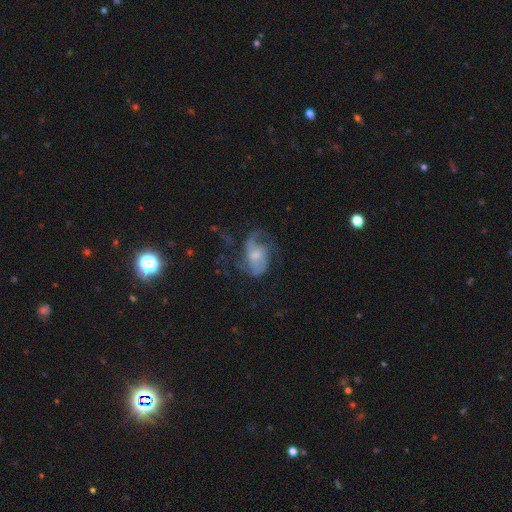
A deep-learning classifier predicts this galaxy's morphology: Overall: featured or disk (77%). Edge-on disk: no (97%). Bar: no (50%; weak 41%). Spiral arms: yes (87%). Spiral arm count: 2 (60%). Spiral winding: medium (43%; loose 41%). Bulge size: moderate (45%; small 38%). Merging: none (46%; major disturbance 32%).